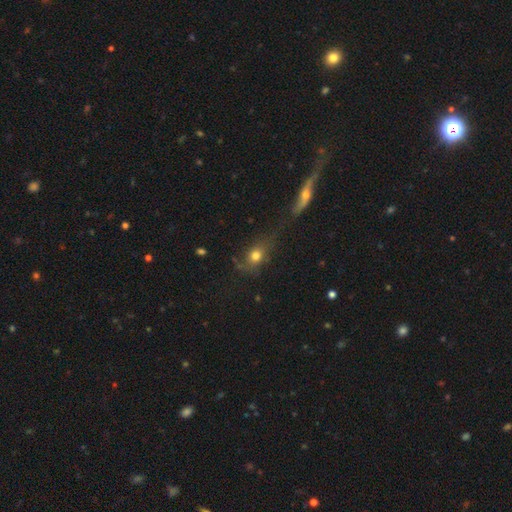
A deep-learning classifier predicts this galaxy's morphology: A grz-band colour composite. It shows a smooth galaxy with no disk features (69%) that is in between round and cigar-shaped (49%). Merging: none (47%).